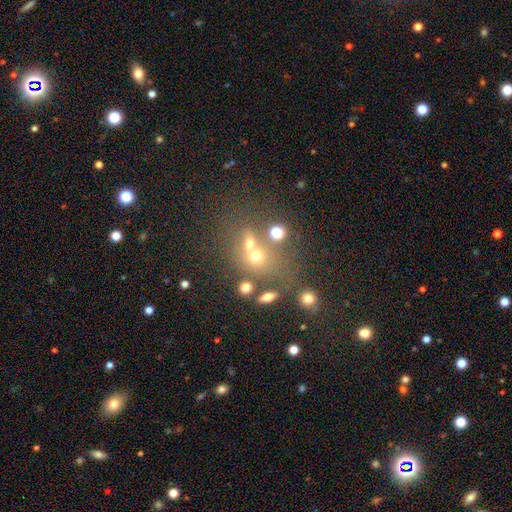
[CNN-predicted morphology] smooth-or-featured: smooth: 56% | star or artifact: 24% | featured or disk: 20%
  how-rounded: round: 69% | in between: 29% | cigar-shaped: 2%
  merging: none: 42% | merger: 41% | minor disturbance: 10% | major disturbance: 8%